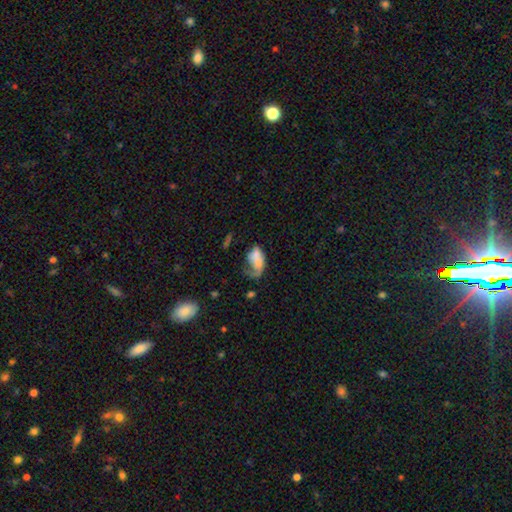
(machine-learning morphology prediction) Smooth or featured? smooth (55%)
How rounded? in between (89%)
Merging? major disturbance (50%)